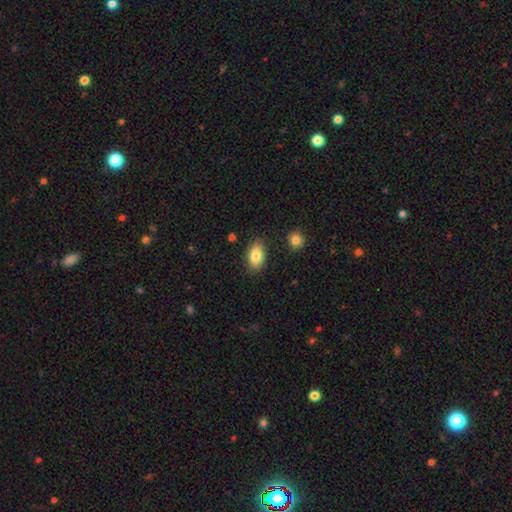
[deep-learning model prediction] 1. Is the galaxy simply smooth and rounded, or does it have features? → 84% smooth, 9% featured or disk, 7% star or artifact.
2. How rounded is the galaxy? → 91% in between, 7% round, 3% cigar-shaped.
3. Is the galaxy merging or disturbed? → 84% none, 11% minor disturbance, 3% major disturbance, 2% merger.